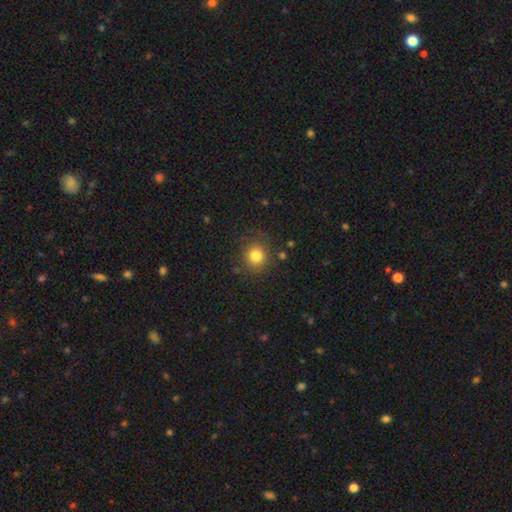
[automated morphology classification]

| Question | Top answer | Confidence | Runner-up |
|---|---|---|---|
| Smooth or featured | smooth | 81% | star or artifact (12%) |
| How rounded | round | 87% | in between (12%) |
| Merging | none | 84% | minor disturbance (10%) |